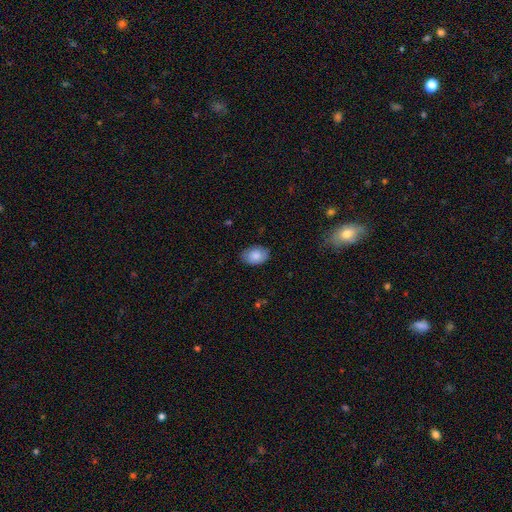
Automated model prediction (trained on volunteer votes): A smooth galaxy with no disk features (86%) that is in between round and cigar-shaped (83%). Merging: none (84%).